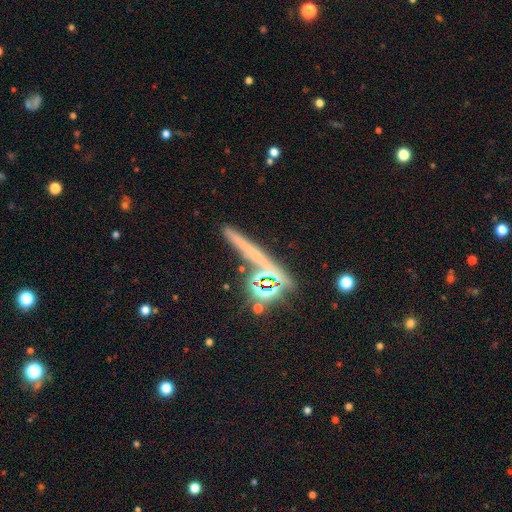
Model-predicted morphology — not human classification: smooth_or_featured: star or artifact (p=0.38) [alt: smooth p=0.32]